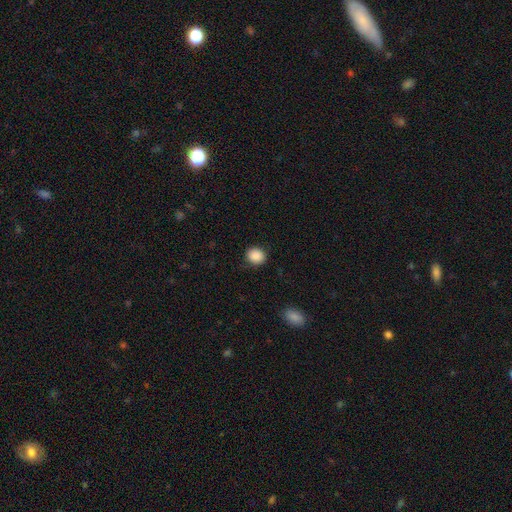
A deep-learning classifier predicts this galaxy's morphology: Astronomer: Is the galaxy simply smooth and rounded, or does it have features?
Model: smooth — 88%.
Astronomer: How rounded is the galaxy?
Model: round — 73%.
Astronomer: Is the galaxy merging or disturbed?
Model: none — 84%.